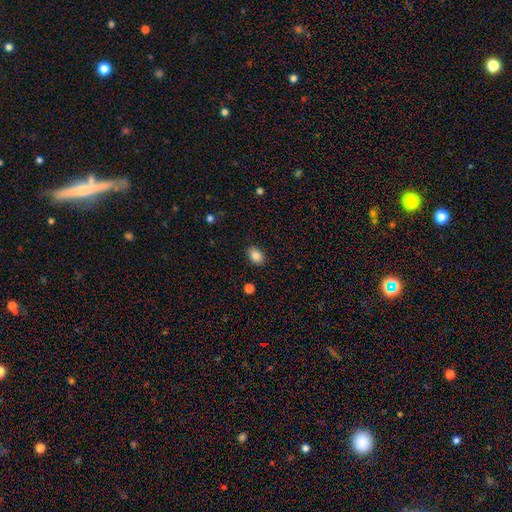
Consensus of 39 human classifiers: smooth 90%, featured or disk 8%, star or artifact 3%. Down the decision tree: how rounded — in between (74%); merging — none (92%).